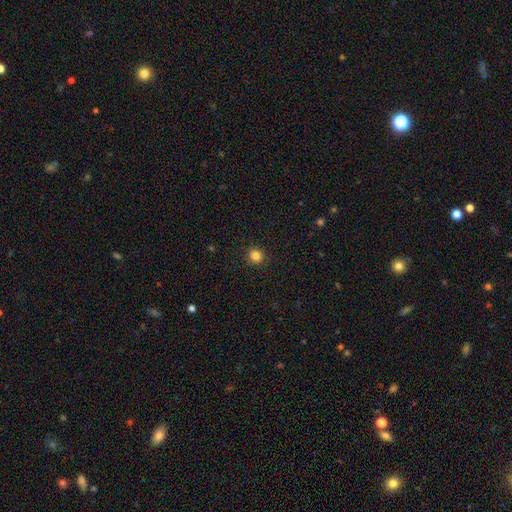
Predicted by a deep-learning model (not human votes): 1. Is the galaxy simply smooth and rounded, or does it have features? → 84% smooth, 12% star or artifact, 4% featured or disk.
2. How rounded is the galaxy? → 91% round, 8% in between, 1% cigar-shaped.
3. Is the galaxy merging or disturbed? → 92% none, 5% minor disturbance, 2% major disturbance, 1% merger.